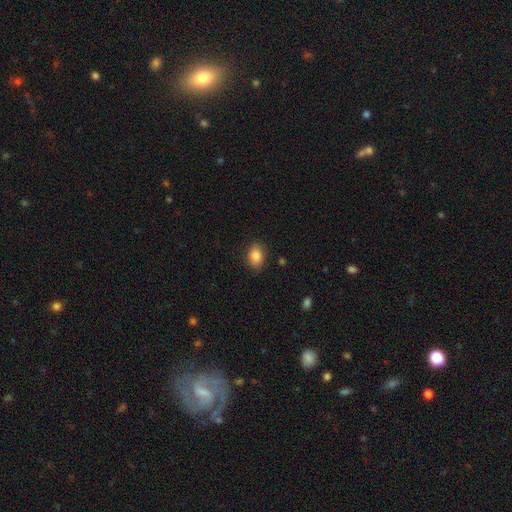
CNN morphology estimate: This appears to be a smooth galaxy with no disk features (86%) that is in between round and cigar-shaped (72%). Merging: none (86%).